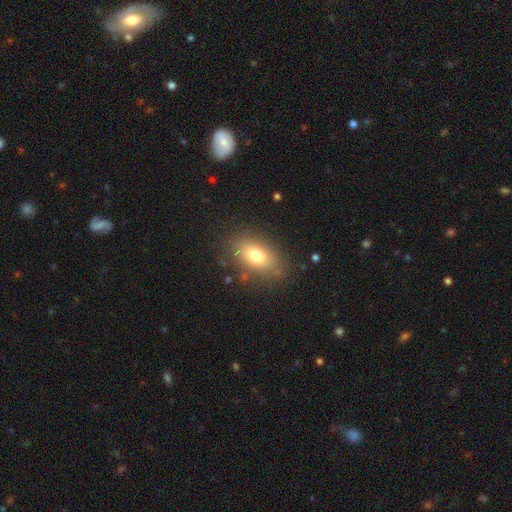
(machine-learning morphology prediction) Smooth or featured?
  - smooth: 75% *
  - featured or disk: 15%
  - star or artifact: 10%
How rounded?
  - in between: 87% *
  - round: 10%
  - cigar-shaped: 3%
Merging?
  - none: 81% *
  - minor disturbance: 13%
  - major disturbance: 5%
  - merger: 2%